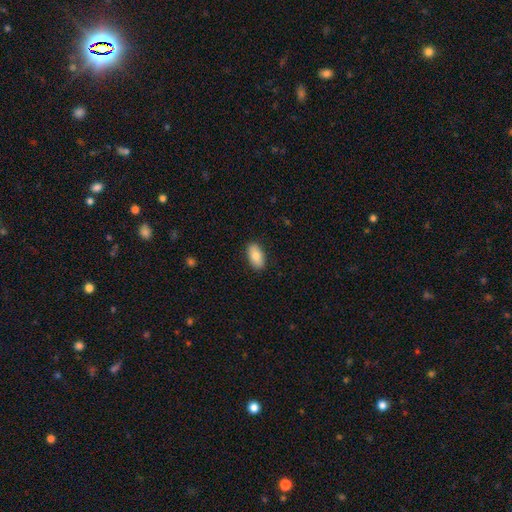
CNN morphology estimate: This is clearly a smooth galaxy (81%). How rounded: clearly in between (93%). Merging: clearly none (89%).